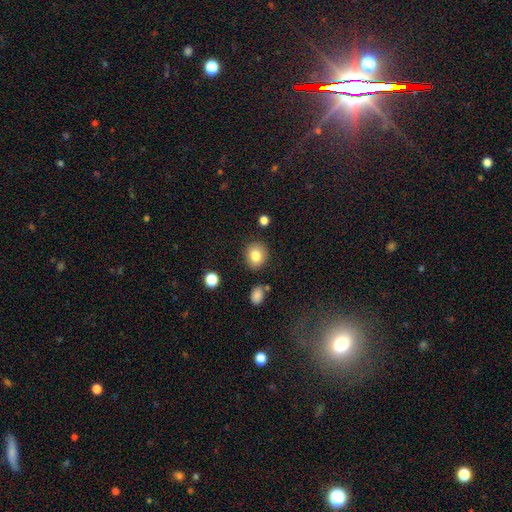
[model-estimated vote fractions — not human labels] The model was most divided on "how rounded": round: 71%, in between: 28%, cigar-shaped: 1%. More confident: merging — none (85%); smooth or featured — smooth (82%).